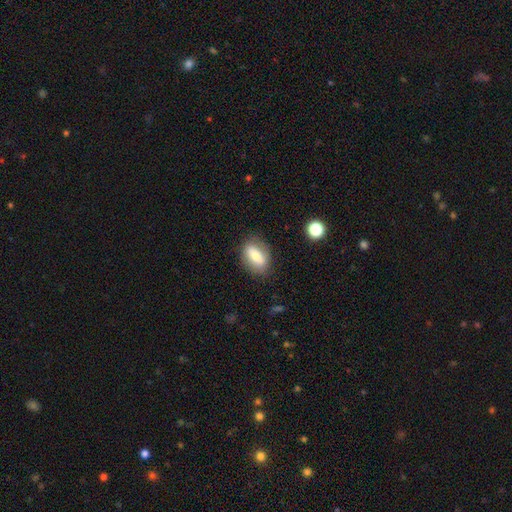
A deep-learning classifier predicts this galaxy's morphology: smooth_or_featured: smooth (p=0.67) [alt: featured or disk p=0.25]
how_rounded: in between (p=0.83) [alt: round p=0.12]
merging: none (p=0.80) [alt: minor disturbance p=0.14]